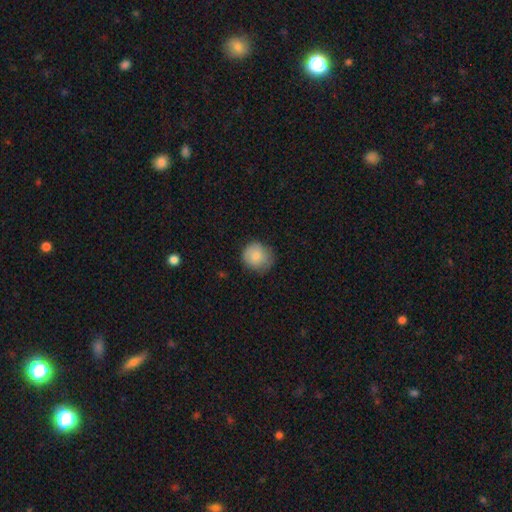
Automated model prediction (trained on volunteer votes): smooth_or_featured: smooth (p=0.84) [alt: featured or disk p=0.09]
how_rounded: round (p=0.85) [alt: in between p=0.14]
merging: none (p=0.70) [alt: minor disturbance p=0.24]